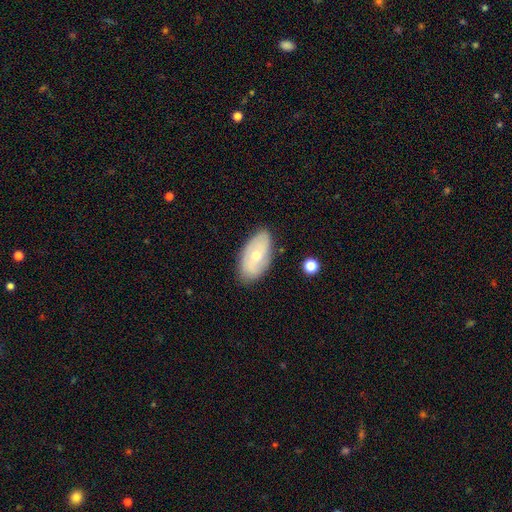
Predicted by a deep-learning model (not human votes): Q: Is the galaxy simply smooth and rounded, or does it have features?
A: smooth — 47%.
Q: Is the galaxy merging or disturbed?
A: none — 80%.